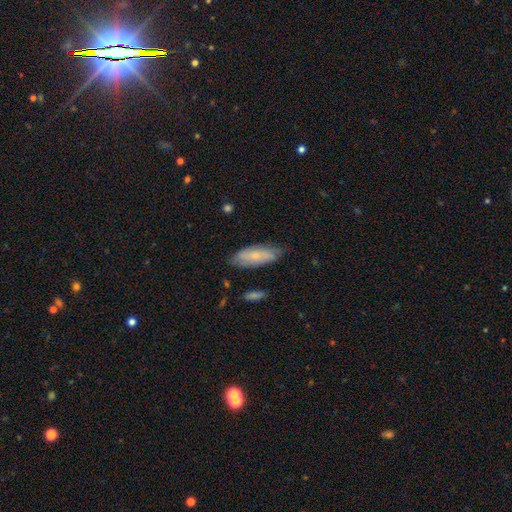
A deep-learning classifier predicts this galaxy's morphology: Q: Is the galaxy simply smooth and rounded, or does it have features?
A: smooth — 65%.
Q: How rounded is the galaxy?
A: in between — 69%.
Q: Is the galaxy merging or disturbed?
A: none — 73%.